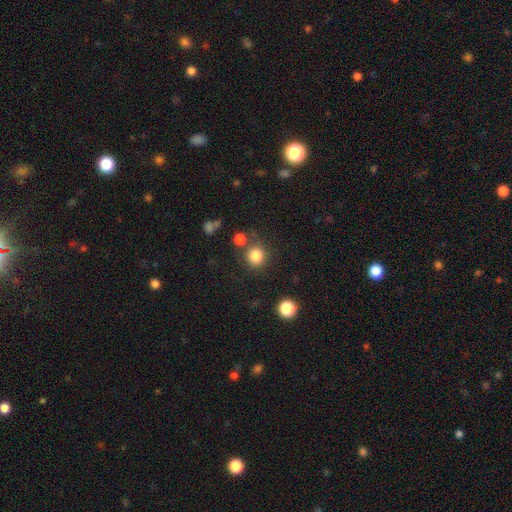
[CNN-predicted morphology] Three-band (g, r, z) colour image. It shows a smooth galaxy with no disk features (83%) that is round (90%). Merging: none (75%).